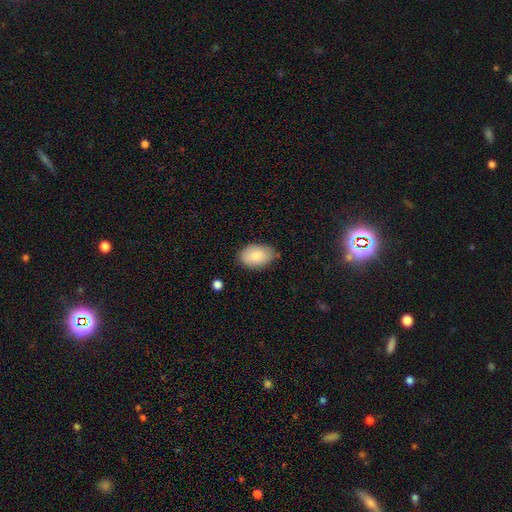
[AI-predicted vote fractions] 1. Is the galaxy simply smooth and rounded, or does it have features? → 83% smooth, 11% featured or disk, 6% star or artifact.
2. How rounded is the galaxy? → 91% in between, 8% round, 1% cigar-shaped.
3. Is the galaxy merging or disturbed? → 77% none, 18% minor disturbance, 3% major disturbance, 2% merger.